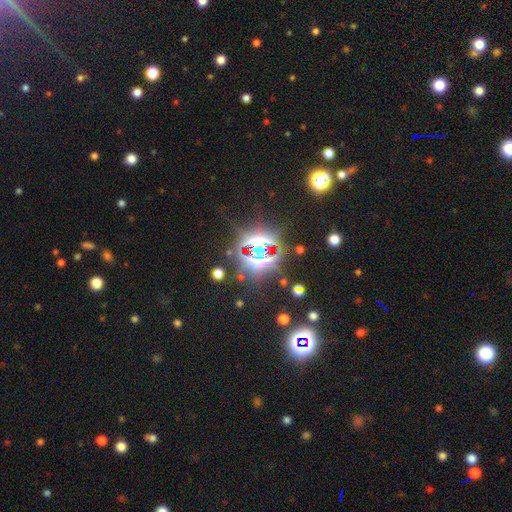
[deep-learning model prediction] A star or artifact, not a galaxy (82%).

Vote fractions:
- Smooth or featured? star or artifact: 82% / smooth: 11% / featured or disk: 8%